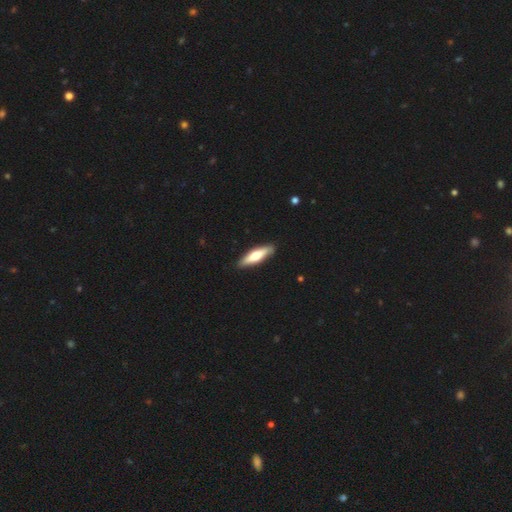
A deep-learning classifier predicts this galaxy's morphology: This appears to be a smooth galaxy with no disk features (57%) that is cigar-shaped (69%). Merging: none (89%).